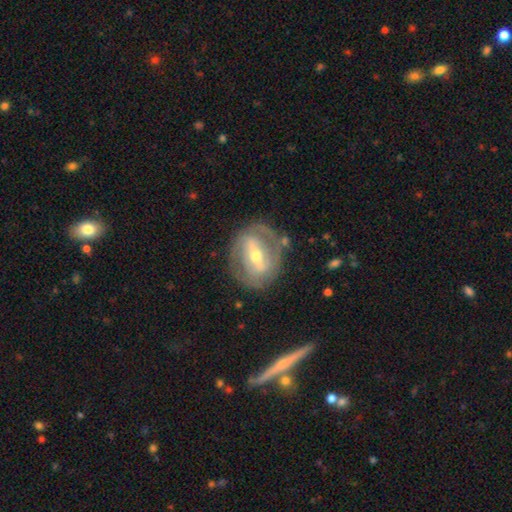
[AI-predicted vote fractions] A featured or disk galaxy (77%) with a strong bar (59%), spiral arms (64%) and a moderate central bulge (61%).

Vote fractions:
- Smooth or featured? featured or disk: 77% / smooth: 18% / star or artifact: 6%
- Edge-on disk? no: 92% / yes: 8%
- Bar? strong: 59% / weak: 28% / no: 13%
- Spiral arms? yes: 64% / no: 36%
- Bulge size? moderate: 61% / small: 33% / large: 4% / none: 1% / dominant: 1%
- Merging? none: 73% / minor disturbance: 16% / major disturbance: 8% / merger: 3%